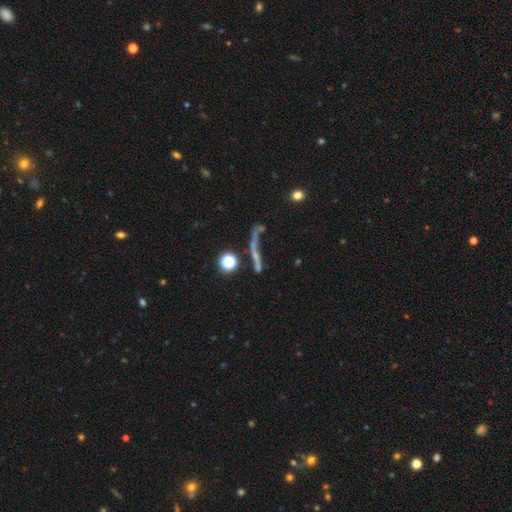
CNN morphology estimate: Q: Smooth or featured?
A: featured or disk (41%); runner-up: smooth (30%)
Q: Merging?
A: none (43%); runner-up: major disturbance (22%)